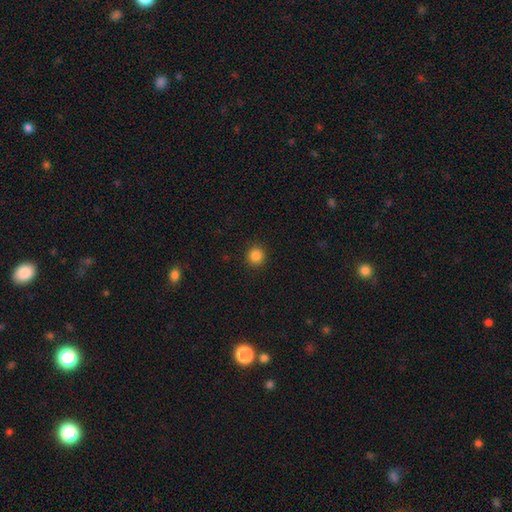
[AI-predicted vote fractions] Morphology: type=smooth (85%); roundness=round (93%); merging=none (92%).